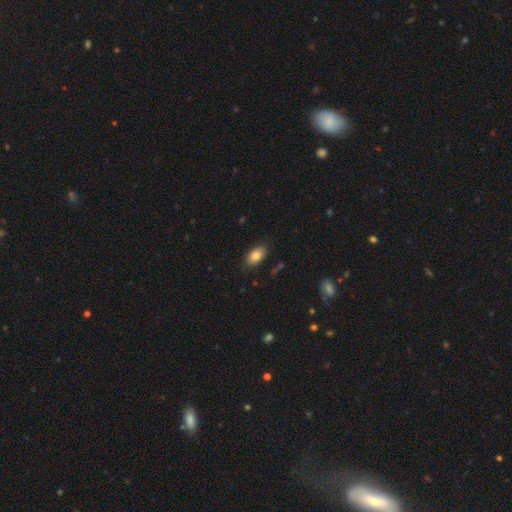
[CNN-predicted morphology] Smooth or featured? smooth (83%)
How rounded? in between (92%)
Merging? none (84%)